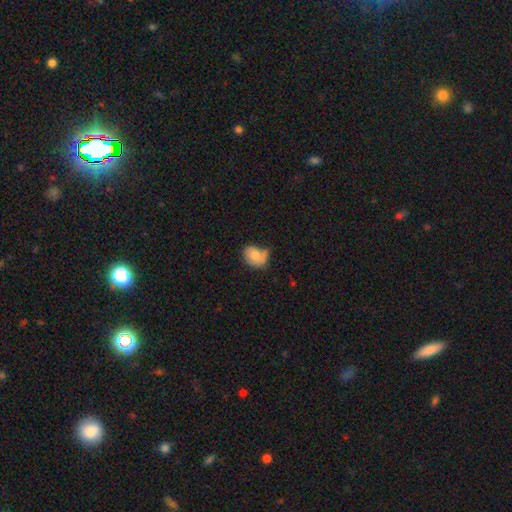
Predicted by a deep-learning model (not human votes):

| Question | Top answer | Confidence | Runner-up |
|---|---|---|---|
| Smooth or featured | smooth | 70% | featured or disk (21%) |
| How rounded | in between | 59% | round (40%) |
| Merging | none | 41% | minor disturbance (35%) |